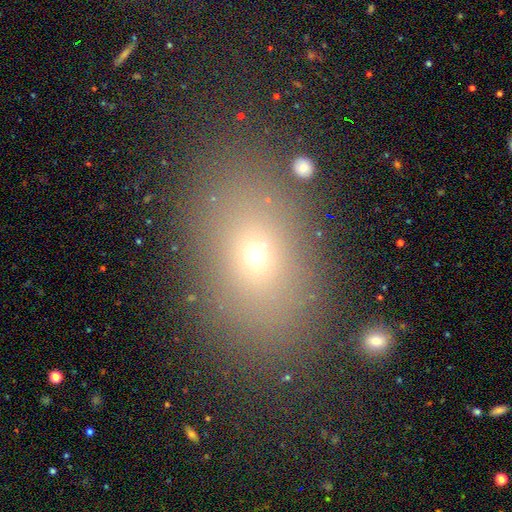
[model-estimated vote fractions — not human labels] Smooth or featured?
  - smooth: 64% *
  - star or artifact: 22%
  - featured or disk: 14%
How rounded?
  - in between: 74% *
  - round: 23%
  - cigar-shaped: 2%
Merging?
  - none: 82% *
  - minor disturbance: 10%
  - major disturbance: 6%
  - merger: 3%